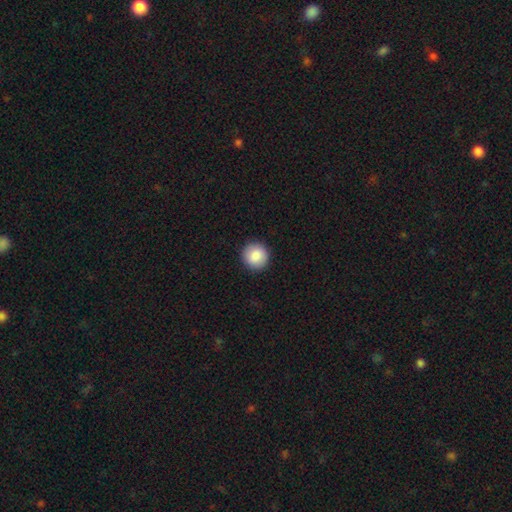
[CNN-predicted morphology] Smooth or featured? smooth (88%)
How rounded? round (95%)
Merging? none (92%)